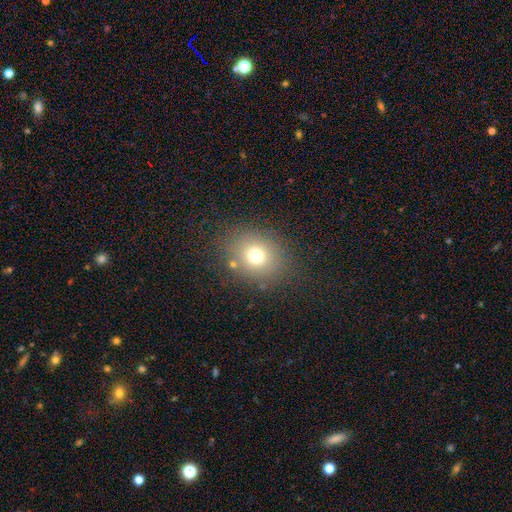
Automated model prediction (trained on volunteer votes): This appears to be a smooth galaxy with no disk features (72%) that is round (67%). Merging: none (81%).